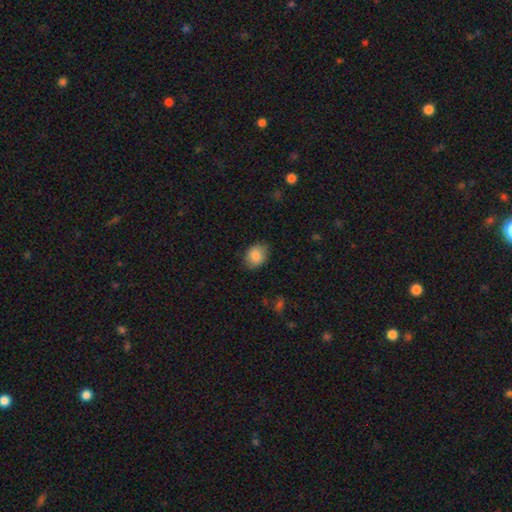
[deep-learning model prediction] A smooth galaxy with no disk features (86%) that is in between round and cigar-shaped (53%). Merging: none (79%).